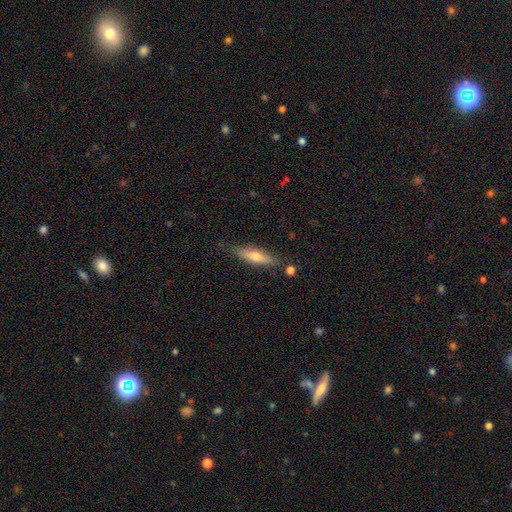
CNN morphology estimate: Smooth or featured? Predicted: smooth (p=0.50). How rounded? Predicted: cigar-shaped (p=0.69). Merging? Predicted: none (p=0.76).